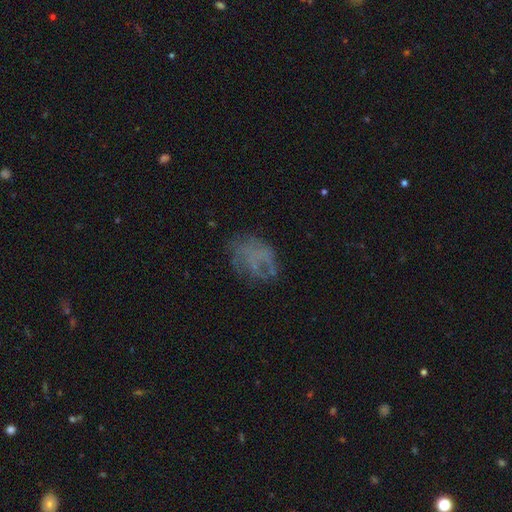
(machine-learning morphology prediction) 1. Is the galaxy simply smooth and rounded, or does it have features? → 43% featured or disk, 36% smooth, 21% star or artifact.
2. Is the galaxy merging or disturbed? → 57% none, 21% major disturbance, 20% minor disturbance, 2% merger.